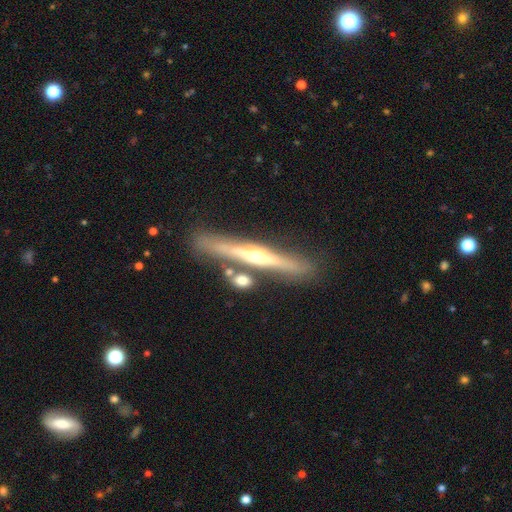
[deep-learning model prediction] Q: Smooth or featured?
A: featured or disk (75%); runner-up: smooth (19%)
Q: Edge-on disk?
A: yes (95%); runner-up: no (5%)
Q: Edge-on bulge?
A: rounded (82%); runner-up: none (14%)
Q: Merging?
A: none (80%); runner-up: minor disturbance (10%)